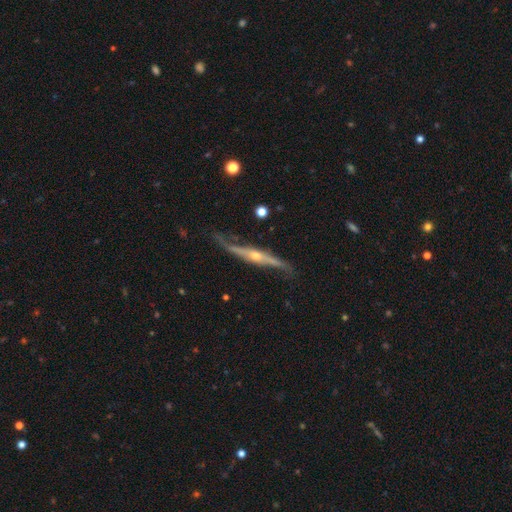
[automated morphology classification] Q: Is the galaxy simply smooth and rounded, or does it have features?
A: featured or disk — 86%.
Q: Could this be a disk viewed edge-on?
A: yes — 69%.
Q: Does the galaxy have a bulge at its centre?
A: rounded — 88%.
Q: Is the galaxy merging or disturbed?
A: none — 65%.